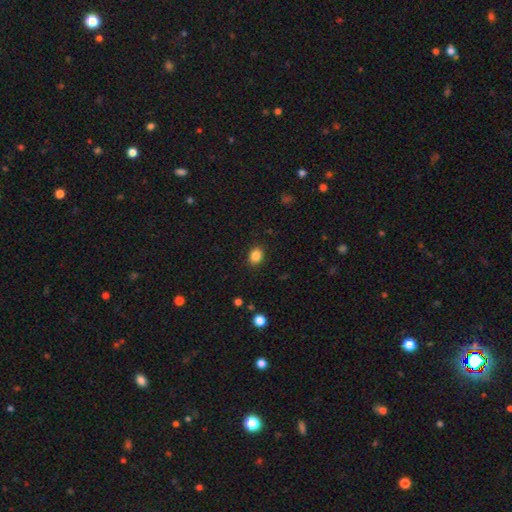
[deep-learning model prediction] The model was most divided on "how rounded": in between: 52%, round: 47%, cigar-shaped: 1%. More confident: merging — none (89%); smooth or featured — smooth (86%).